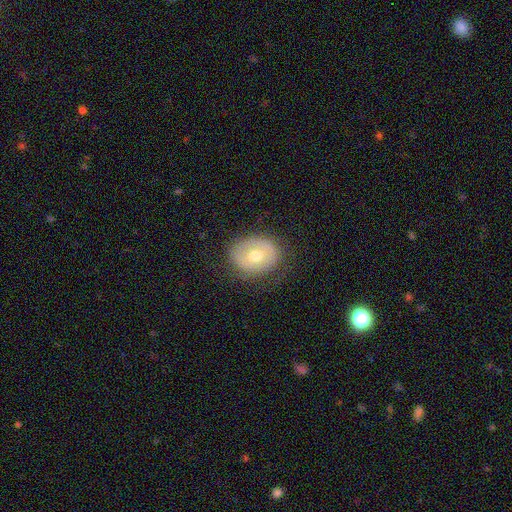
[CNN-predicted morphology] smooth-or-featured: smooth: 53% | featured or disk: 40% | star or artifact: 7%
  how-rounded: in between: 52% | round: 47% | cigar-shaped: 1%
  merging: none: 74% | minor disturbance: 18% | major disturbance: 7% | merger: 1%